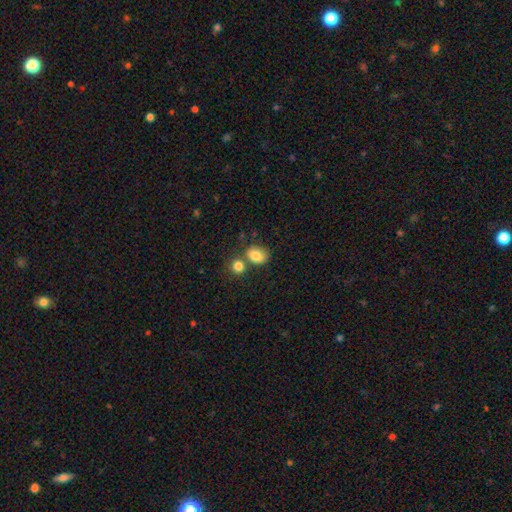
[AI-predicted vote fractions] smooth 83%, star or artifact 9%, featured or disk 8%. Down the decision tree: how rounded — in between (60%); merging — none (50%).